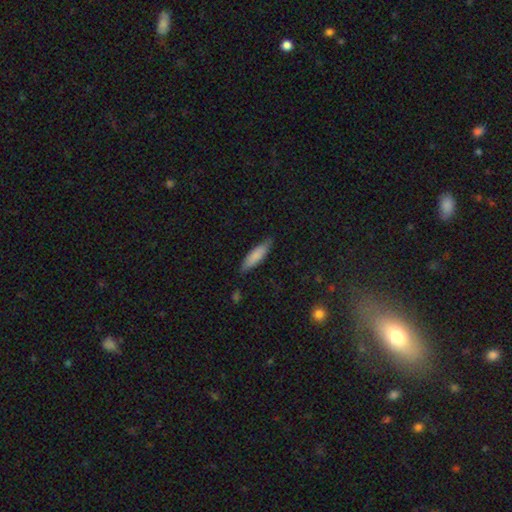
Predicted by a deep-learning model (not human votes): Overall: smooth (81%). How rounded: cigar-shaped (58%; in between 41%). Merging: none (78%).